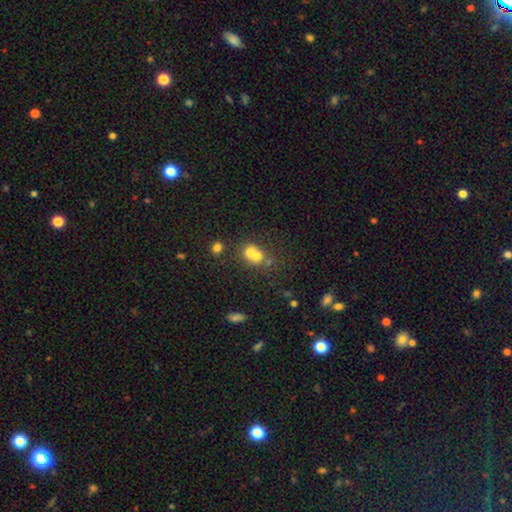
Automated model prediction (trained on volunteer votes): smooth_or_featured: smooth (p=0.63) [alt: featured or disk p=0.23]
how_rounded: round (p=0.67) [alt: in between p=0.32]
merging: merger (p=0.64) [alt: none p=0.24]